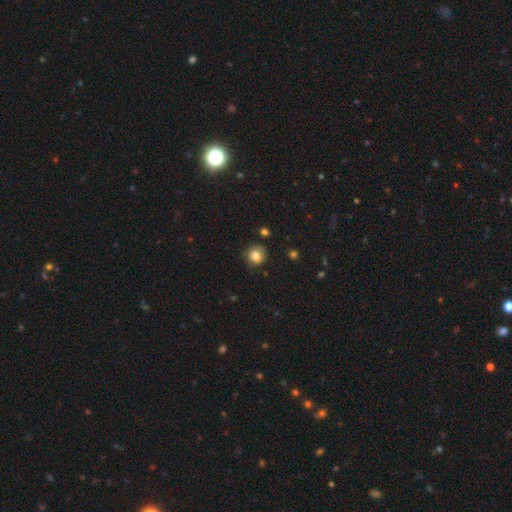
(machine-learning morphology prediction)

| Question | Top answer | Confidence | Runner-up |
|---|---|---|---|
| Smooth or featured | smooth | 83% | star or artifact (10%) |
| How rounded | round | 85% | in between (14%) |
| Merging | none | 76% | minor disturbance (18%) |